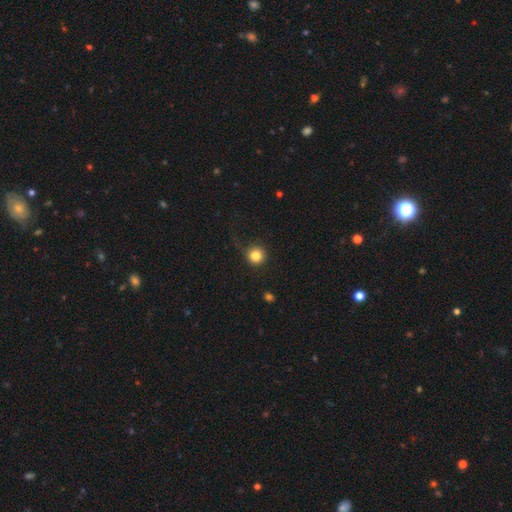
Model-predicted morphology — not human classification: Smooth or featured? Predicted: smooth (p=0.84). How rounded? Predicted: round (p=0.94). Merging? Predicted: none (p=0.77).